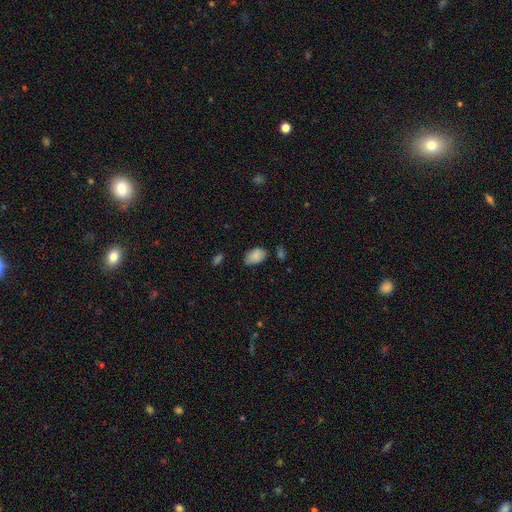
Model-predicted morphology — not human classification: Smooth or featured: smooth — 87% (star or artifact — 8%)
How rounded: in between — 92% (round — 7%)
Merging: none — 68% (minor disturbance — 24%)